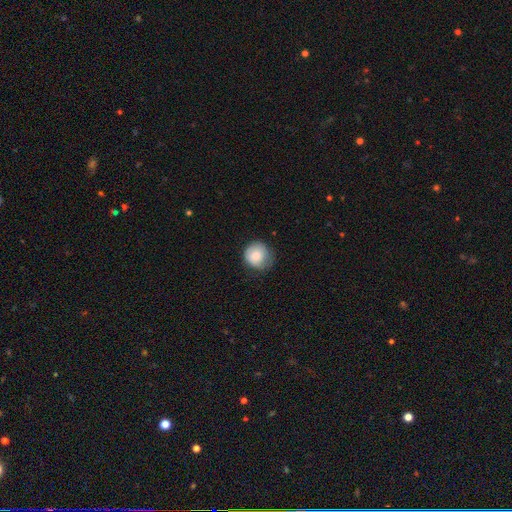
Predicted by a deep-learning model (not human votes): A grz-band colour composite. It shows a smooth galaxy with no disk features (80%) that is round (89%). Merging: none (63%).